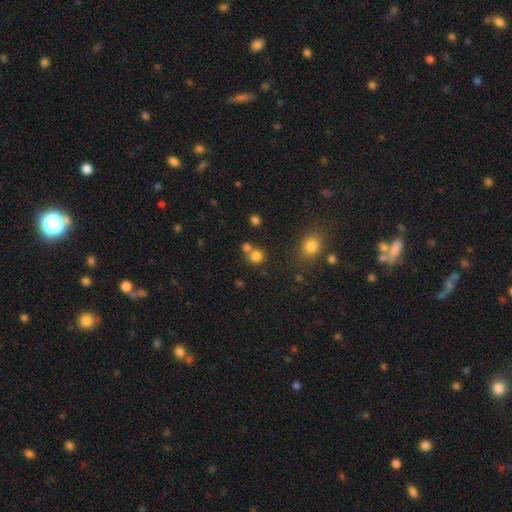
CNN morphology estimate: smooth-or-featured: smooth: 79% | star or artifact: 14% | featured or disk: 7%
  how-rounded: round: 86% | in between: 13% | cigar-shaped: 1%
  merging: none: 56% | merger: 33% | minor disturbance: 8% | major disturbance: 3%